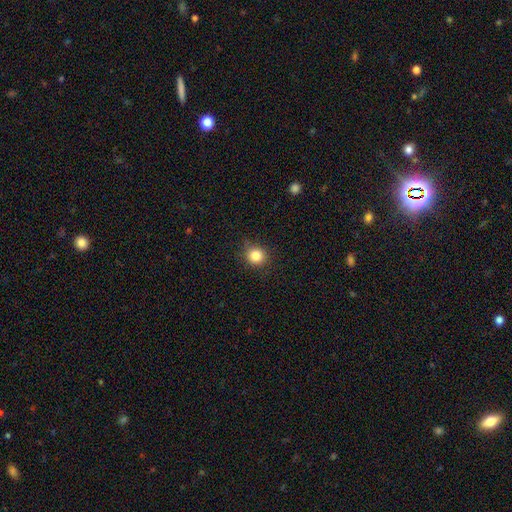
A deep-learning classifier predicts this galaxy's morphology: The model was most divided on "smooth or featured": smooth: 84%, star or artifact: 11%, featured or disk: 5%. More confident: how rounded — round (88%); merging — none (84%).